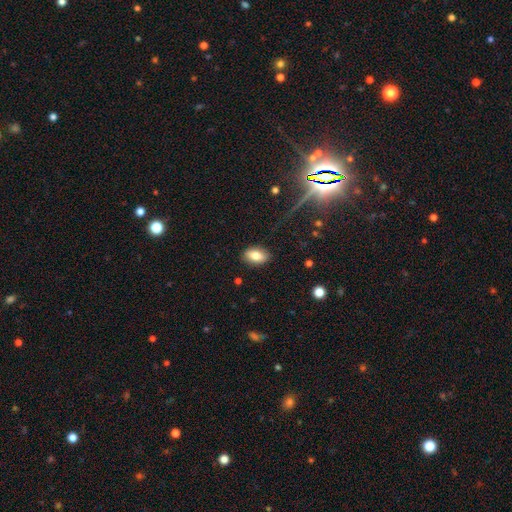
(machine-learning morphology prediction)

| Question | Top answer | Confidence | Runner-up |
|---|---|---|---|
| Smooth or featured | smooth | 79% | featured or disk (12%) |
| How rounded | in between | 89% | round (8%) |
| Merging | none | 87% | minor disturbance (10%) |